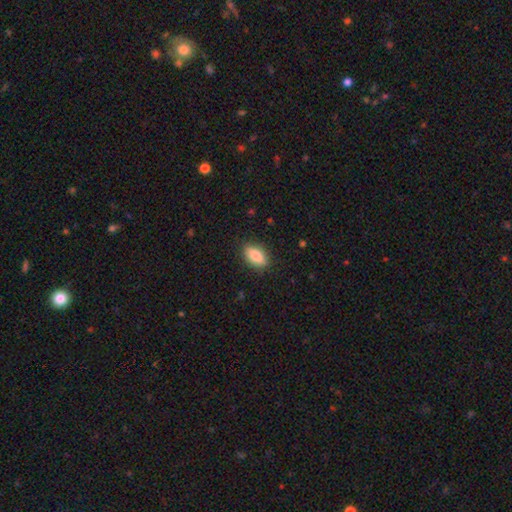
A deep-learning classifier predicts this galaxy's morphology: Smooth or featured? Predicted: smooth (p=0.83). How rounded? Predicted: in between (p=0.88). Merging? Predicted: none (p=0.87).